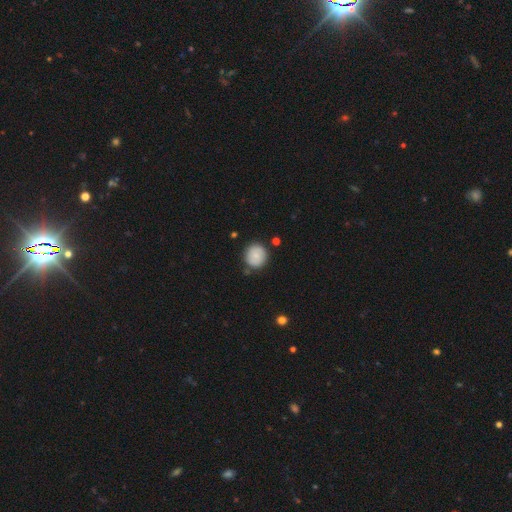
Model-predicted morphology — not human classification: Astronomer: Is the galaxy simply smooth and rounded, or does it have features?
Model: smooth — 81%.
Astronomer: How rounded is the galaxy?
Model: round — 88%.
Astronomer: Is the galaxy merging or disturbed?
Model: none — 80%.